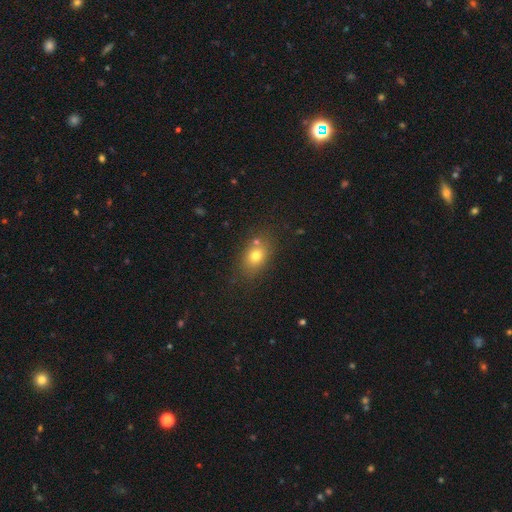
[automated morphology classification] A smooth galaxy with no disk features (73%) that is in between round and cigar-shaped (67%).

Vote fractions:
- Smooth or featured? smooth: 73% / featured or disk: 14% / star or artifact: 13%
- How rounded? in between: 67% / round: 31% / cigar-shaped: 2%
- Merging? none: 72% / minor disturbance: 13% / merger: 11% / major disturbance: 4%